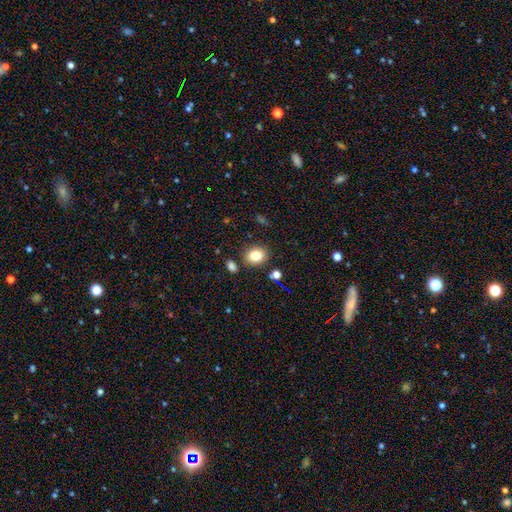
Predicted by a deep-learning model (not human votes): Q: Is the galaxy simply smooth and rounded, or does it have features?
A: smooth — 81%.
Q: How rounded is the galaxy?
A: round — 56%.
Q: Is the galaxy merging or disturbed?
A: none — 82%.